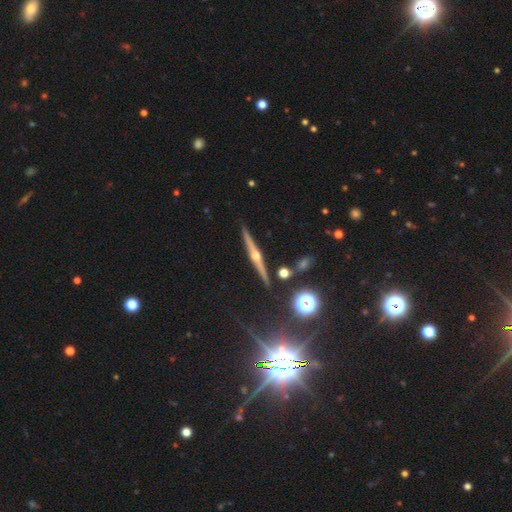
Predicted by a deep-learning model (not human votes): smooth-or-featured: featured or disk: 81% | star or artifact: 10% | smooth: 9%
  disk-edge-on: yes: 98% | no: 2%
    edge-on-bulge: rounded: 94% | none: 3% | boxy: 3%
  merging: none: 91% | minor disturbance: 6% | merger: 2% | major disturbance: 1%